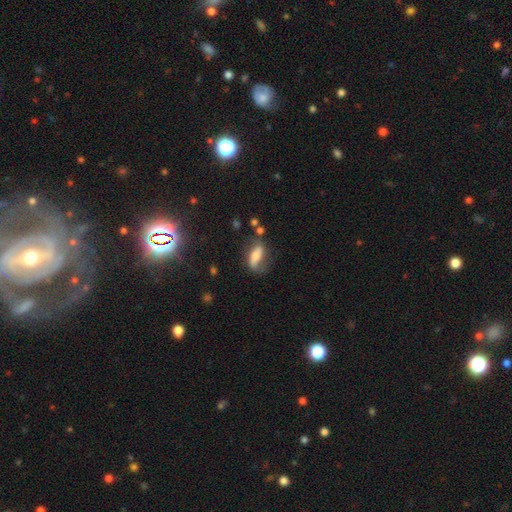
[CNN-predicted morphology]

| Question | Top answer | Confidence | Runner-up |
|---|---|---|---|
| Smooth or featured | smooth | 46% | featured or disk (45%) |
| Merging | none | 56% | minor disturbance (24%) |